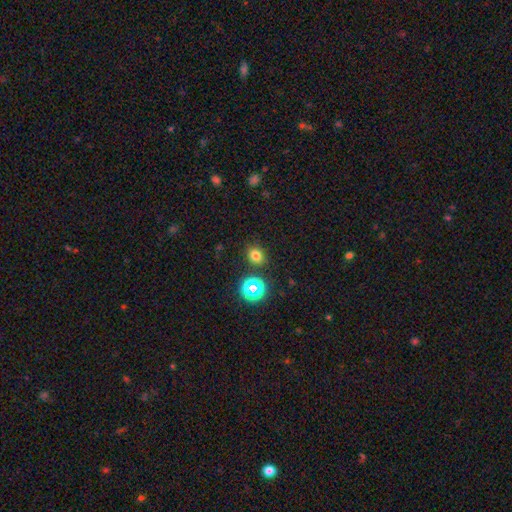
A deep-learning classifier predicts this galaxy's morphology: smooth_or_featured: smooth (p=0.72) [alt: star or artifact p=0.21]
how_rounded: round (p=0.65) [alt: in between p=0.34]
merging: none (p=0.84) [alt: minor disturbance p=0.09]